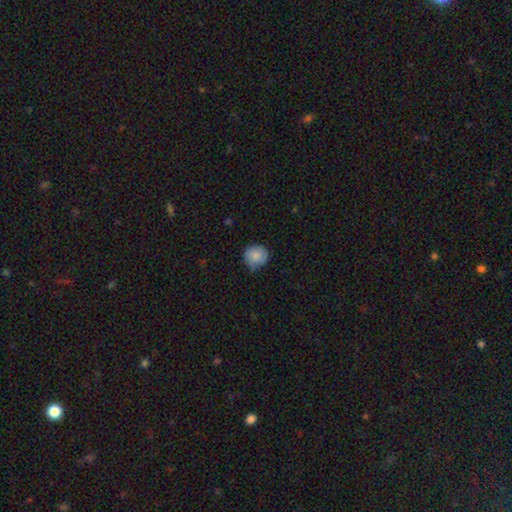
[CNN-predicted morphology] smooth_or_featured: smooth (p=0.84) [alt: featured or disk p=0.09]
how_rounded: round (p=0.88) [alt: in between p=0.11]
merging: none (p=0.62) [alt: minor disturbance p=0.31]